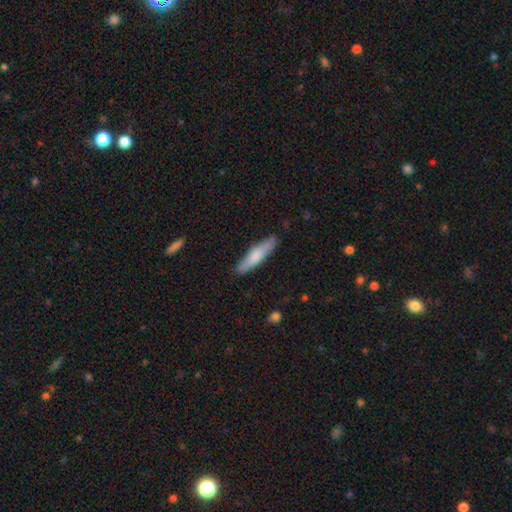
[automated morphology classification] Smooth or featured? Predicted: smooth (p=0.70). How rounded? Predicted: cigar-shaped (p=0.81). Merging? Predicted: none (p=0.86).